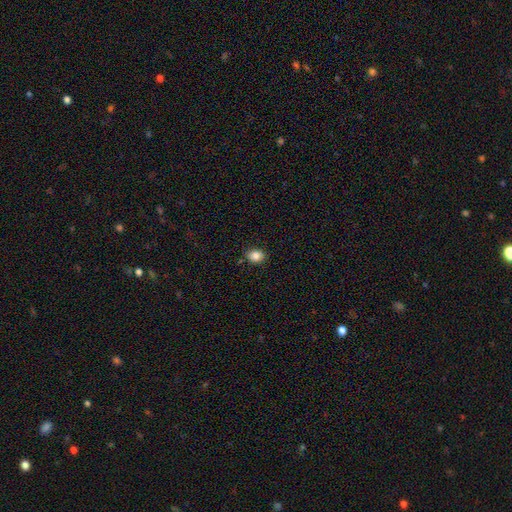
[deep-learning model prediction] Q: Smooth or featured?
A: smooth (84%); runner-up: star or artifact (10%)
Q: How rounded?
A: round (52%); runner-up: in between (47%)
Q: Merging?
A: none (84%); runner-up: minor disturbance (12%)